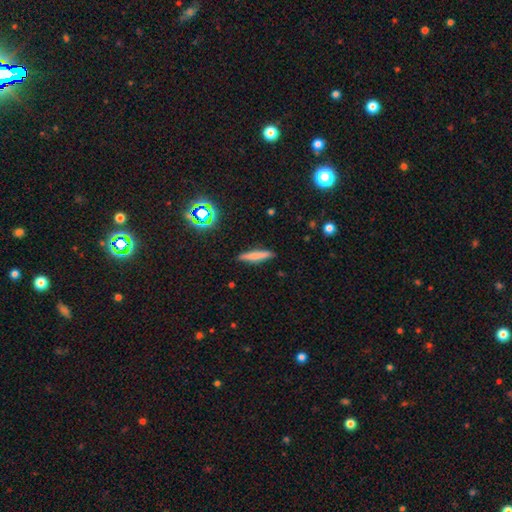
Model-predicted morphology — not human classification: Smooth or featured: smooth — 71% (featured or disk — 20%)
How rounded: cigar-shaped — 89% (in between — 9%)
Merging: none — 89% (minor disturbance — 8%)